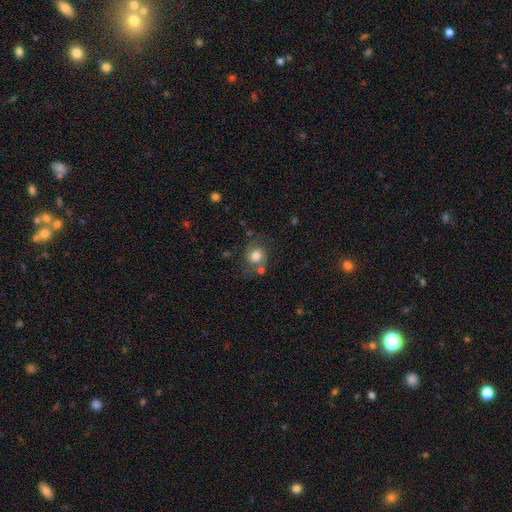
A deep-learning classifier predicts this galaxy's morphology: smooth-or-featured: smooth: 57% | featured or disk: 32% | star or artifact: 11%
  how-rounded: round: 76% | in between: 23% | cigar-shaped: 1%
  merging: none: 59% | minor disturbance: 18% | merger: 14% | major disturbance: 9%